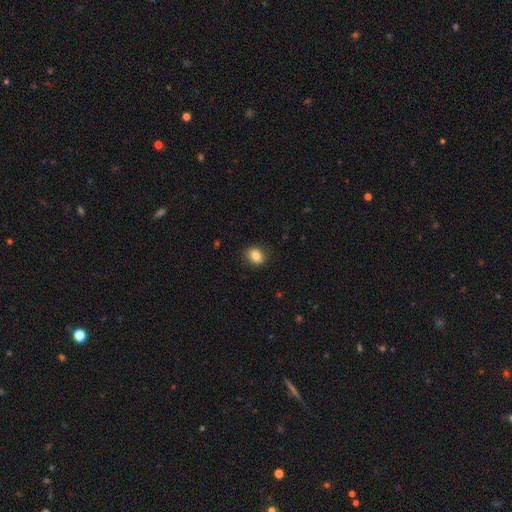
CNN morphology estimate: The model was most divided on "how rounded": round: 60%, in between: 39%, cigar-shaped: 1%. More confident: merging — none (87%); smooth or featured — smooth (82%).